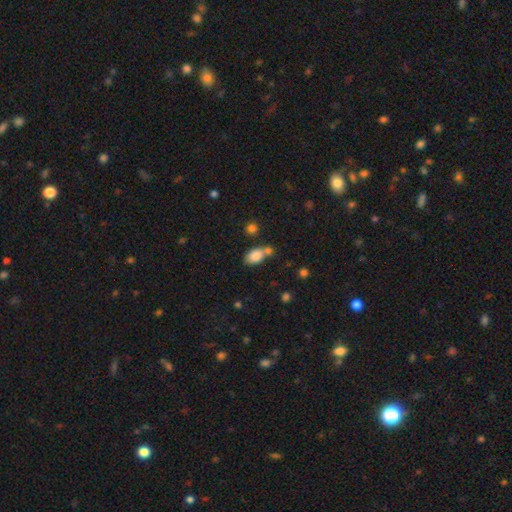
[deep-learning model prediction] This appears to be a smooth galaxy with no disk features (84%) that is in between round and cigar-shaped (86%). Merging: none (47%).